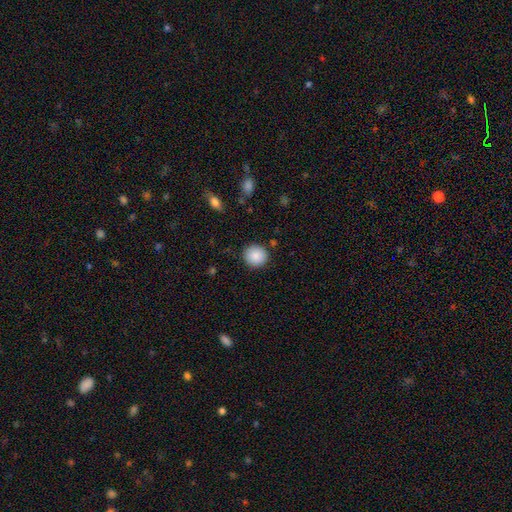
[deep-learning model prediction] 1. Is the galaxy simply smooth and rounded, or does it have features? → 88% smooth, 8% star or artifact, 4% featured or disk.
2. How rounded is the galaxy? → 90% round, 9% in between, 1% cigar-shaped.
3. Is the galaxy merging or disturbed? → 90% none, 7% minor disturbance, 2% major disturbance, 1% merger.